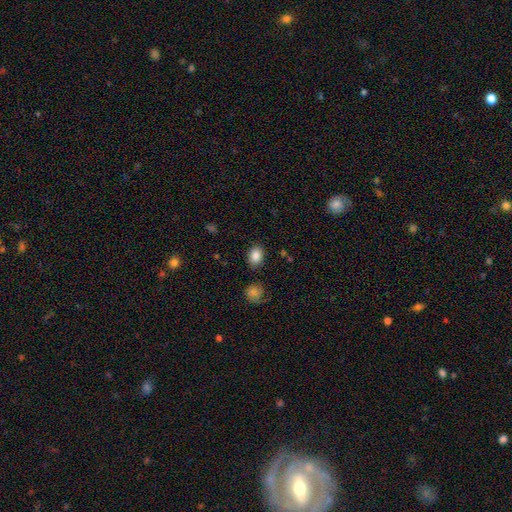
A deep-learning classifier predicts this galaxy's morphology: This is clearly a smooth galaxy (86%). How rounded: likely in between (66%). Merging: clearly none (83%).